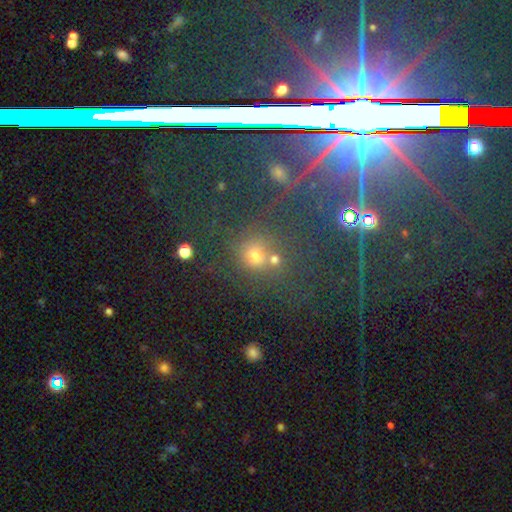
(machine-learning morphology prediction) smooth 55%, star or artifact 31%, featured or disk 14%. Down the decision tree: how rounded — round (84%); merging — none (56%).